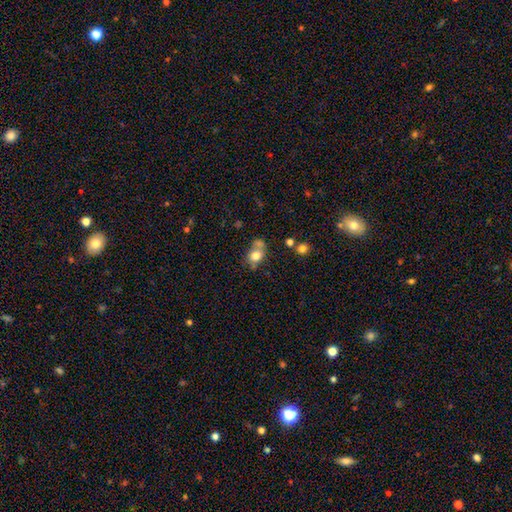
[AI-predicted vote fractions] Smooth or featured? smooth (74%)
How rounded? in between (57%)
Merging? none (45%)